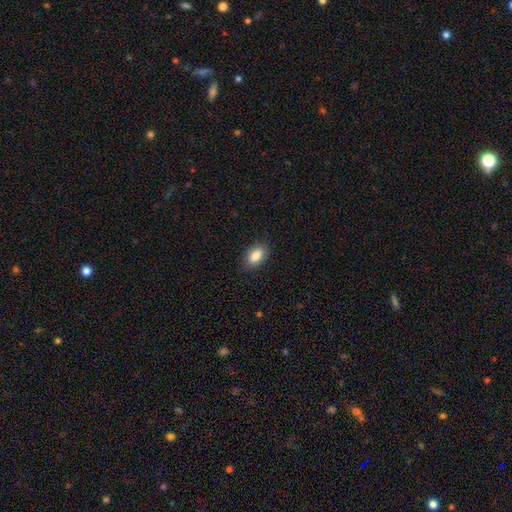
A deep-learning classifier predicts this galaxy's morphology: smooth 85%, featured or disk 8%, star or artifact 7%. Down the decision tree: how rounded — in between (90%); merging — none (88%).